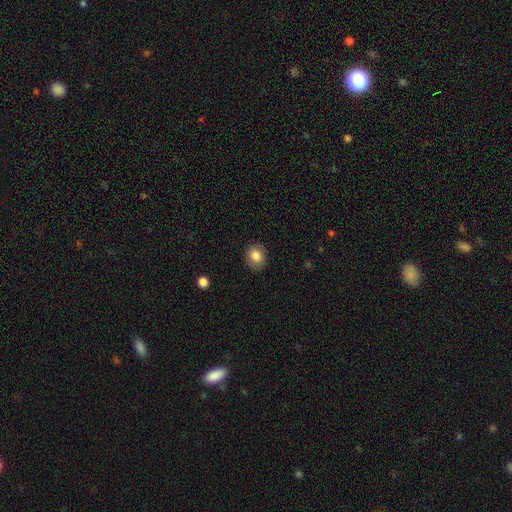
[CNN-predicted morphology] smooth 84%, star or artifact 9%, featured or disk 8%. Down the decision tree: how rounded — round (65%); merging — none (87%).